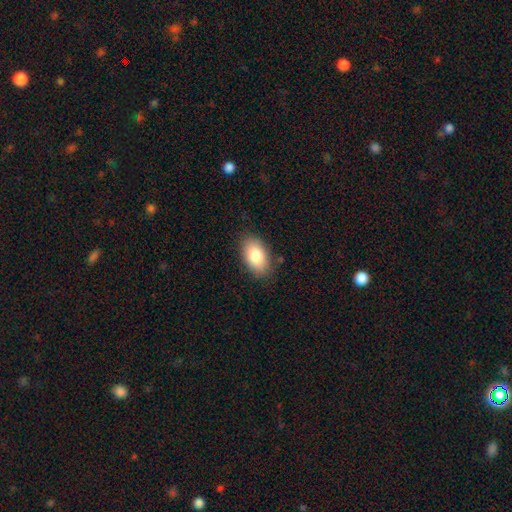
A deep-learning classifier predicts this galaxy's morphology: Q: Smooth or featured?
A: smooth (83%); runner-up: featured or disk (10%)
Q: How rounded?
A: in between (93%); runner-up: round (5%)
Q: Merging?
A: none (85%); runner-up: minor disturbance (12%)